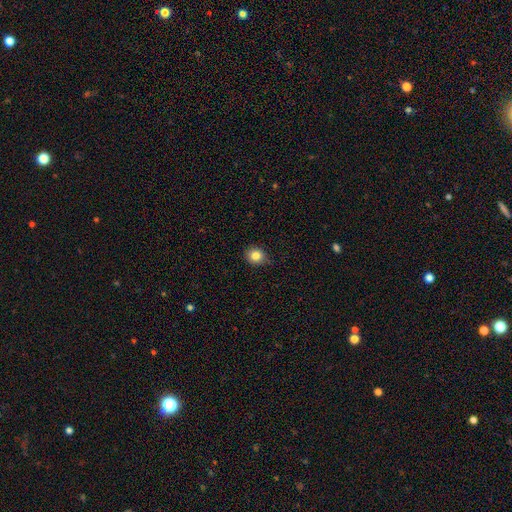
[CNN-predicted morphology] smooth-or-featured: smooth: 83% | star or artifact: 11% | featured or disk: 6%
  how-rounded: round: 82% | in between: 17% | cigar-shaped: 1%
  merging: none: 84% | minor disturbance: 13% | major disturbance: 2% | merger: 1%